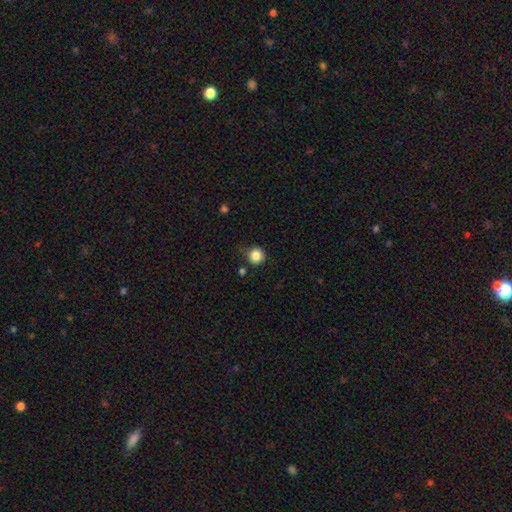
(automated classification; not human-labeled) Smooth or featured? Predicted: smooth (p=0.85). How rounded? Predicted: round (p=0.94). Merging? Predicted: none (p=0.82).